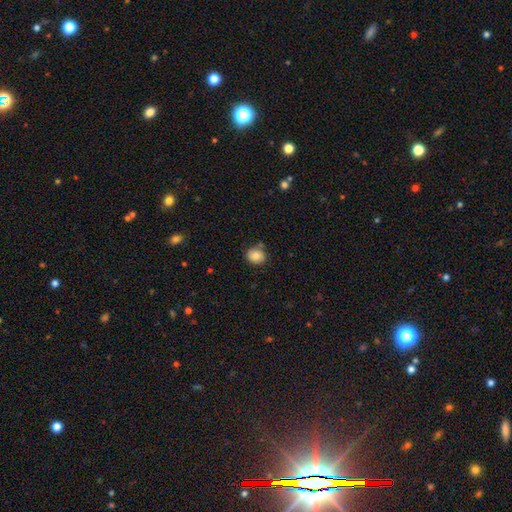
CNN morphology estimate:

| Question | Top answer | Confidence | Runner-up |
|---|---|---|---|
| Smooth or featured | smooth | 81% | featured or disk (9%) |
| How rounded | round | 73% | in between (26%) |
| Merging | none | 75% | minor disturbance (16%) |